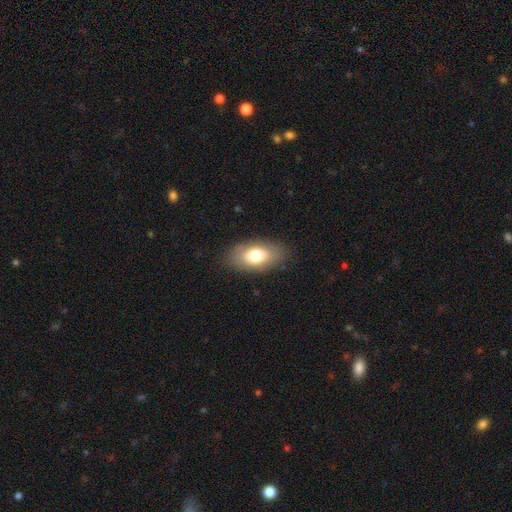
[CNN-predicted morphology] The model was most divided on "smooth or featured": smooth: 73%, featured or disk: 19%, star or artifact: 7%. More confident: how rounded — in between (92%); merging — none (83%).